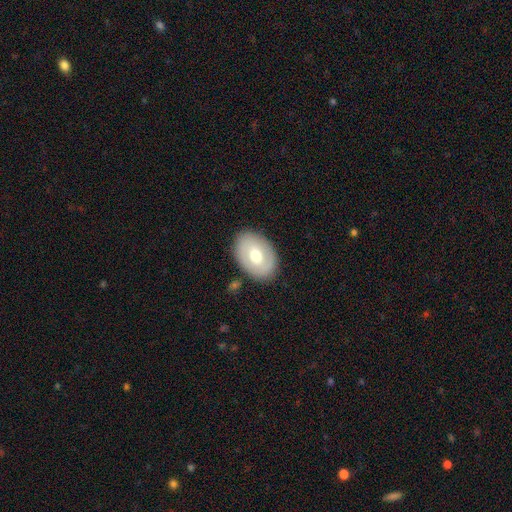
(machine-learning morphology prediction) smooth_or_featured: smooth (p=0.58) [alt: featured or disk p=0.36]
how_rounded: in between (p=0.79) [alt: round p=0.20]
merging: none (p=0.84) [alt: minor disturbance p=0.11]